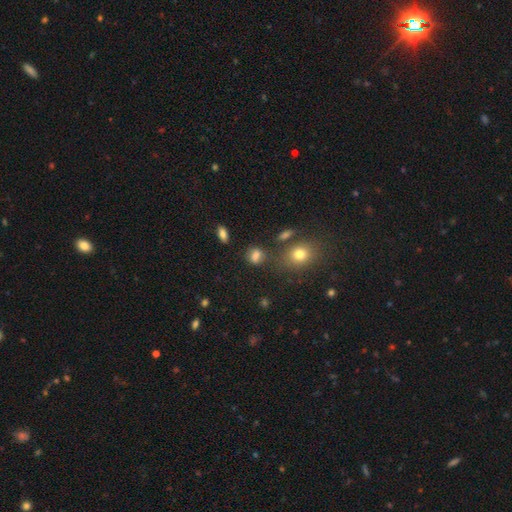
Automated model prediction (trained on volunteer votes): This appears to be a smooth galaxy with no disk features (75%) that is in between round and cigar-shaped (49%). Merging: none (63%).